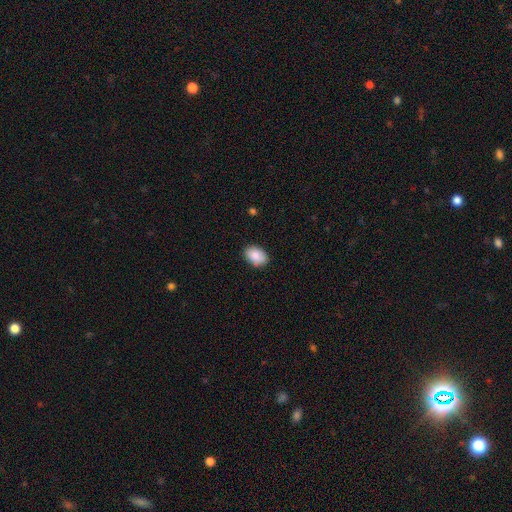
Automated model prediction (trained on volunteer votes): A smooth galaxy with no disk features (88%) that is in between round and cigar-shaped (85%).

Vote fractions:
- Smooth or featured? smooth: 88% / star or artifact: 7% / featured or disk: 5%
- How rounded? in between: 85% / round: 14% / cigar-shaped: 1%
- Merging? none: 85% / minor disturbance: 11% / major disturbance: 2% / merger: 1%